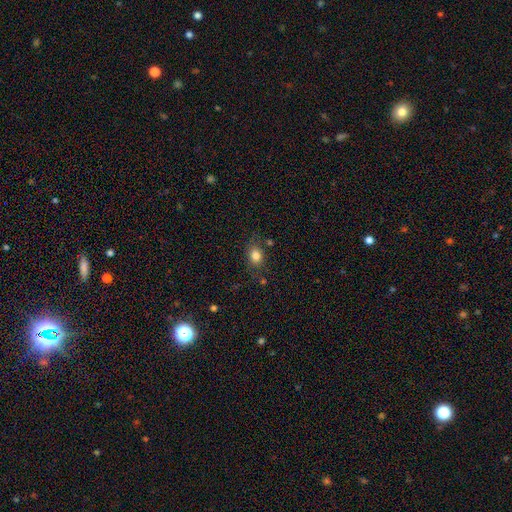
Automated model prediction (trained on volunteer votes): smooth 82%, star or artifact 11%, featured or disk 8%. Down the decision tree: how rounded — in between (55%); merging — none (73%).